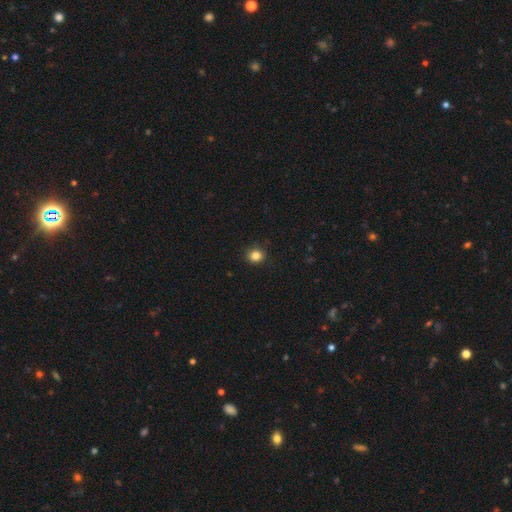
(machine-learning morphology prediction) smooth_or_featured: smooth (p=0.84) [alt: star or artifact p=0.12]
how_rounded: round (p=0.82) [alt: in between p=0.17]
merging: none (p=0.88) [alt: minor disturbance p=0.09]